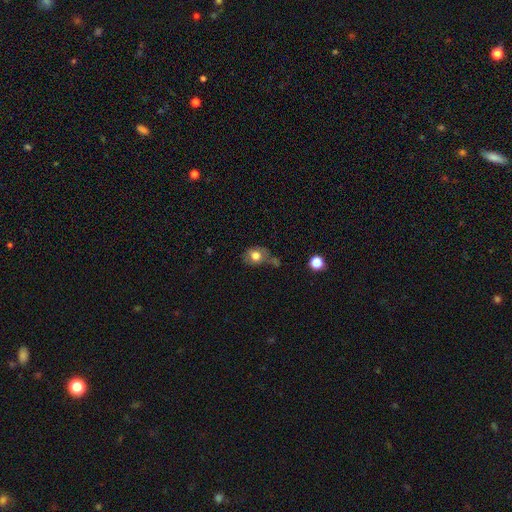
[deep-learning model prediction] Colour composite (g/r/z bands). It shows a smooth galaxy with no disk features (73%) that is in between round and cigar-shaped (50%). Merging: none (40%).